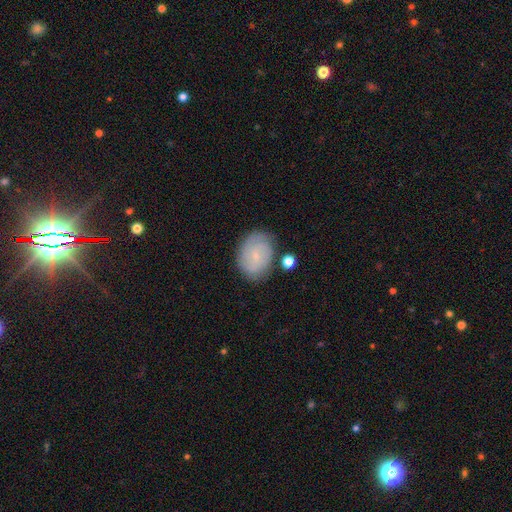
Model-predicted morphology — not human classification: Smooth or featured: featured or disk — 47% (smooth — 45%)
Merging: none — 73% (minor disturbance — 18%)